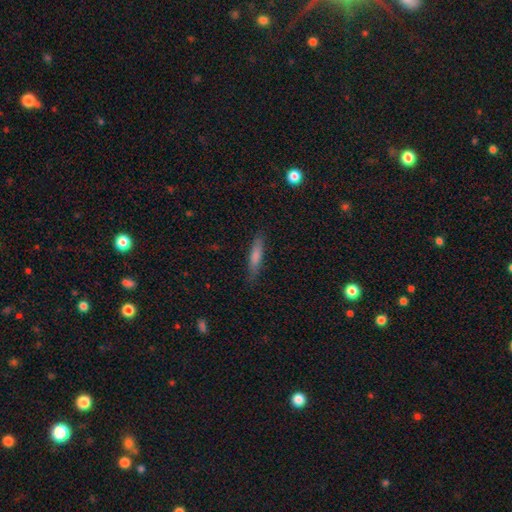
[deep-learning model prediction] smooth 67%, featured or disk 25%, star or artifact 8%. Down the decision tree: how rounded — cigar-shaped (84%); merging — none (84%).